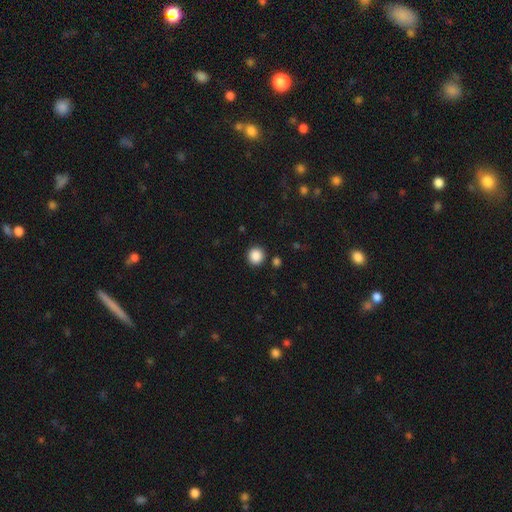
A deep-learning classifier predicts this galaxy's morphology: smooth 88%, star or artifact 10%, featured or disk 3%. Down the decision tree: how rounded — round (92%); merging — none (90%).